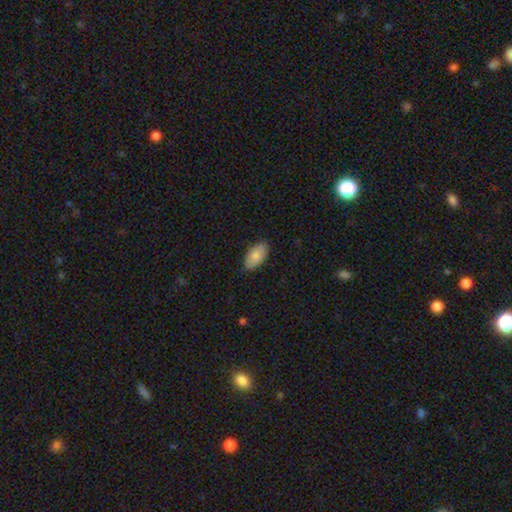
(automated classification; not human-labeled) Overall: smooth (82%). How rounded: in between (94%). Merging: none (84%).